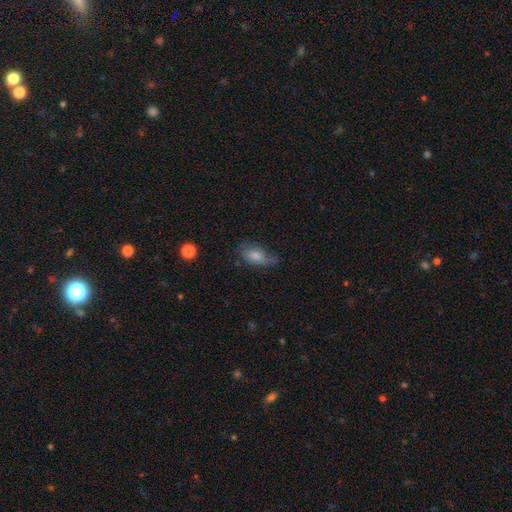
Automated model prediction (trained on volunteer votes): A smooth galaxy with no disk features (55%) that is in between round and cigar-shaped (85%).

Vote fractions:
- Smooth or featured? smooth: 55% / featured or disk: 34% / star or artifact: 11%
- How rounded? in between: 85% / cigar-shaped: 9% / round: 7%
- Merging? none: 54% / minor disturbance: 30% / major disturbance: 14% / merger: 2%